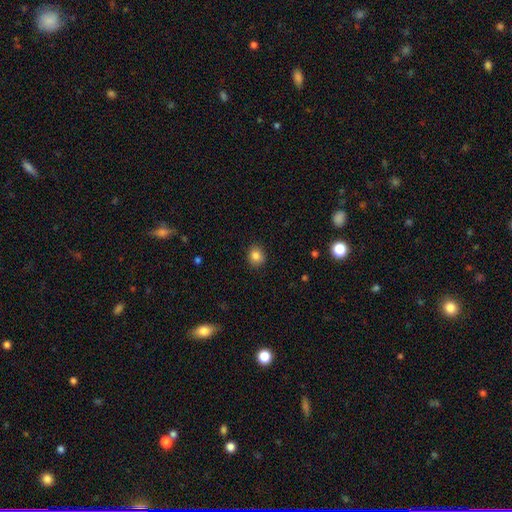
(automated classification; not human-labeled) Overall: smooth (84%). How rounded: round (72%). Merging: none (89%).